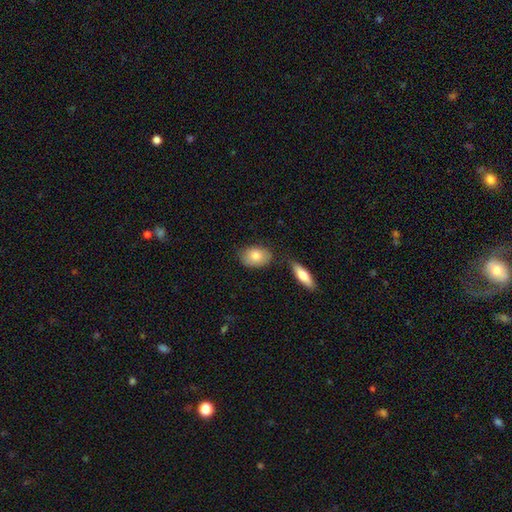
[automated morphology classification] A smooth galaxy with no disk features (80%) that is in between round and cigar-shaped (83%). Merging: none (72%).